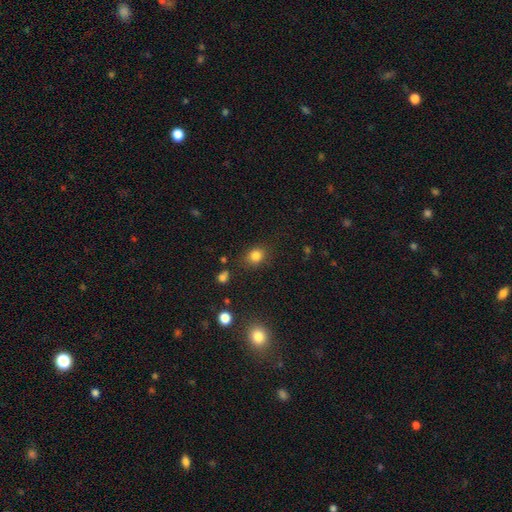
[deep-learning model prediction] smooth_or_featured: smooth (p=0.82) [alt: star or artifact p=0.12]
how_rounded: round (p=0.60) [alt: in between p=0.39]
merging: none (p=0.80) [alt: minor disturbance p=0.13]